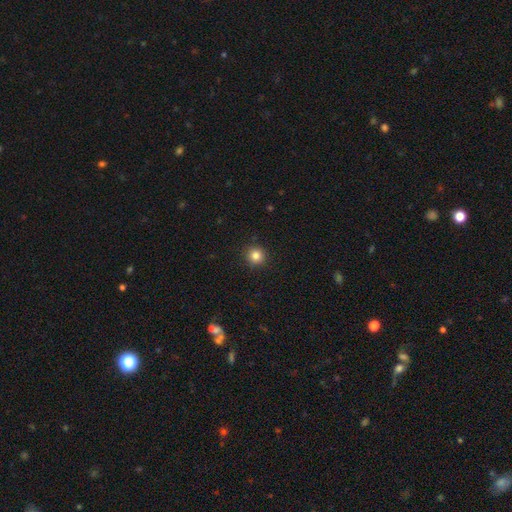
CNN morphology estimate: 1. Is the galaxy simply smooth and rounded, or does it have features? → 83% smooth, 12% star or artifact, 5% featured or disk.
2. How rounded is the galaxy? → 95% round, 4% in between, 1% cigar-shaped.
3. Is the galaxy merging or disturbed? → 92% none, 5% minor disturbance, 2% major disturbance, 1% merger.